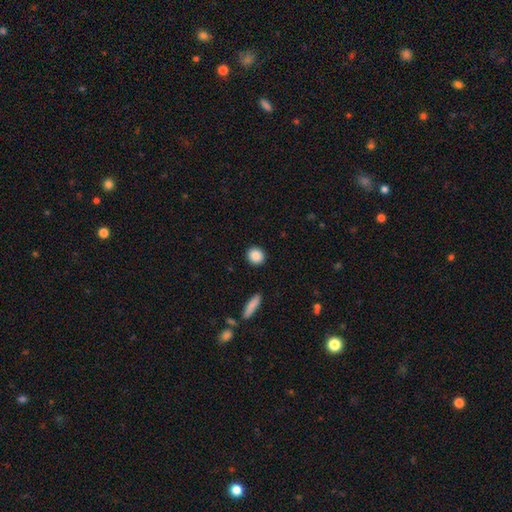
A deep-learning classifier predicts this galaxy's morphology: Smooth or featured? Predicted: smooth (p=0.88). How rounded? Predicted: round (p=0.86). Merging? Predicted: none (p=0.91).